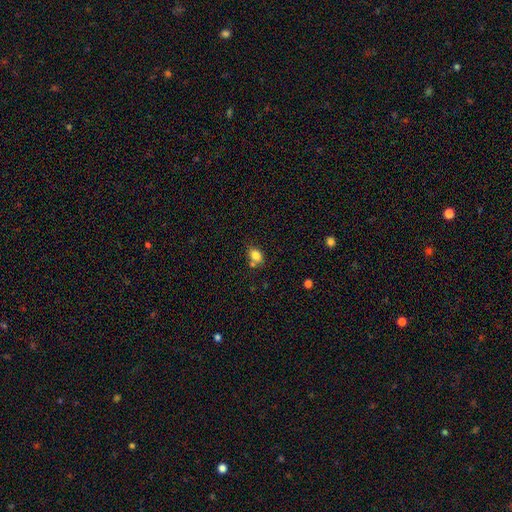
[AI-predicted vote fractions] smooth_or_featured: smooth (p=0.81) [alt: star or artifact p=0.11]
how_rounded: in between (p=0.67) [alt: round p=0.32]
merging: none (p=0.62) [alt: merger p=0.18]